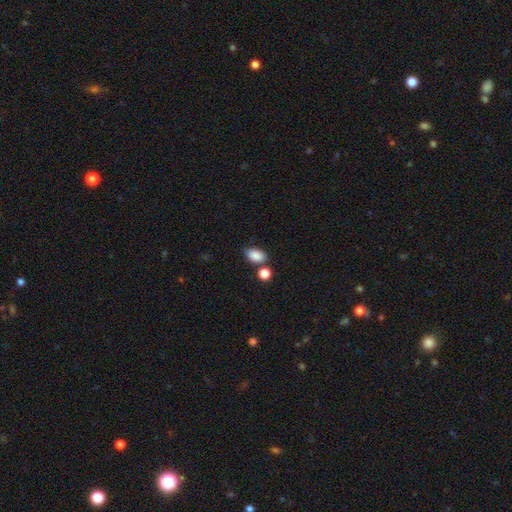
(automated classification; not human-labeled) Smooth or featured? smooth (87%)
How rounded? in between (87%)
Merging? none (67%)